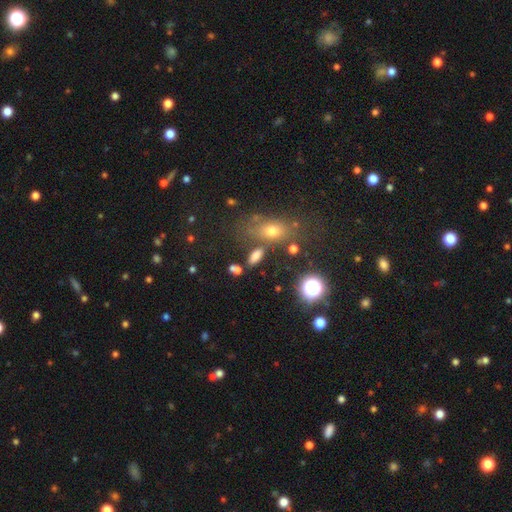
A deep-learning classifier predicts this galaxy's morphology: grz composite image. It shows a smooth galaxy with no disk features (73%) that is in between round and cigar-shaped (74%). Merging: none (69%).